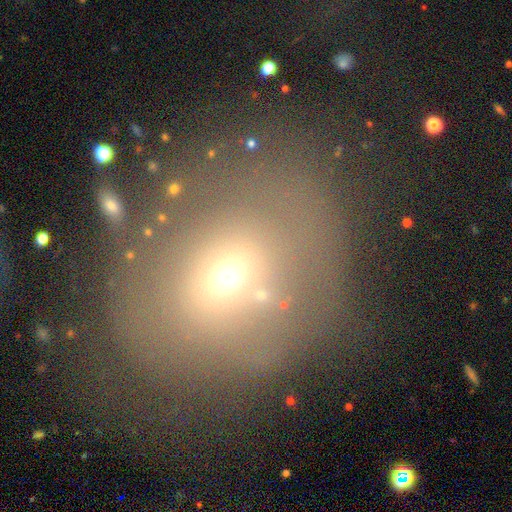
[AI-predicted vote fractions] Smooth or featured?
  - smooth: 57% *
  - featured or disk: 23%
  - star or artifact: 20%
How rounded?
  - round: 68% *
  - in between: 31%
  - cigar-shaped: 1%
Merging?
  - none: 56% *
  - minor disturbance: 19%
  - major disturbance: 18%
  - merger: 7%